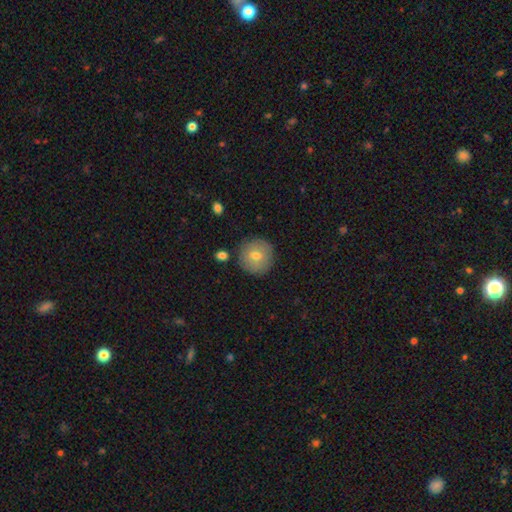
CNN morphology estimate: smooth 74%, featured or disk 18%, star or artifact 8%. Down the decision tree: how rounded — round (94%); merging — none (86%).